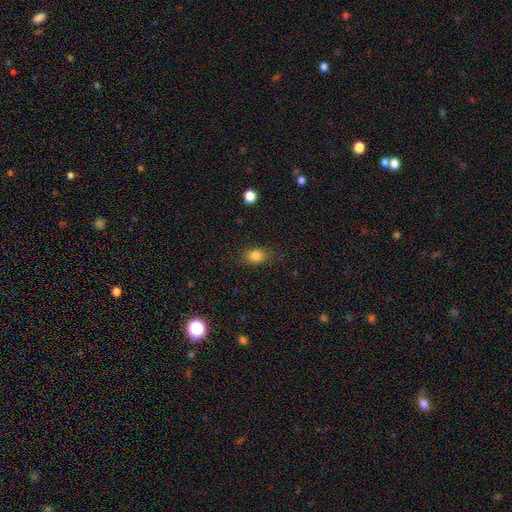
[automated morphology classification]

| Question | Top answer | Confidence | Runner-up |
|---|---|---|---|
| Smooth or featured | smooth | 83% | star or artifact (10%) |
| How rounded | in between | 64% | round (34%) |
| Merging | none | 80% | minor disturbance (15%) |